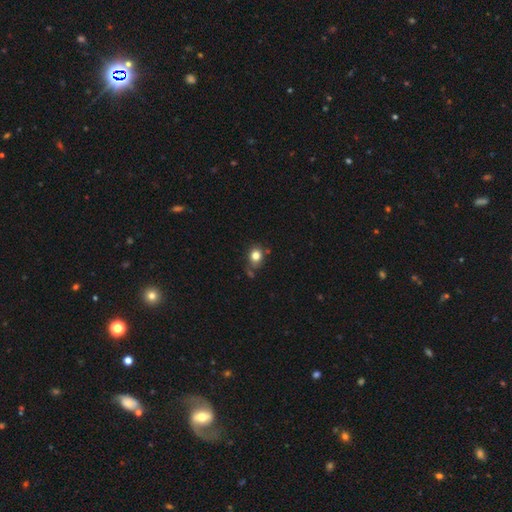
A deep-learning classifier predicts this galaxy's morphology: This is clearly a smooth galaxy (82%). How rounded: likely round (62%). Merging: likely none (68%).